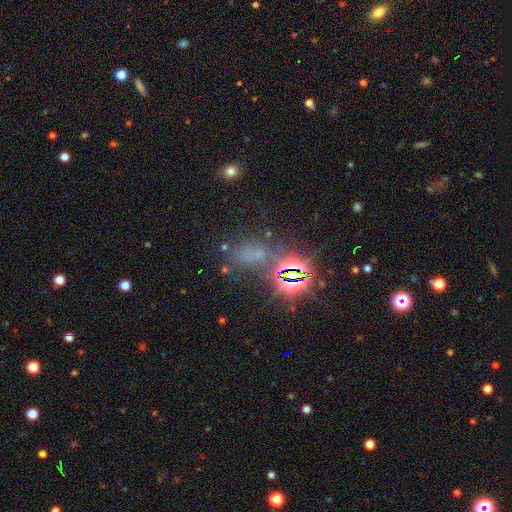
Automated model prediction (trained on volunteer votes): A star or artifact, not a galaxy (69%).